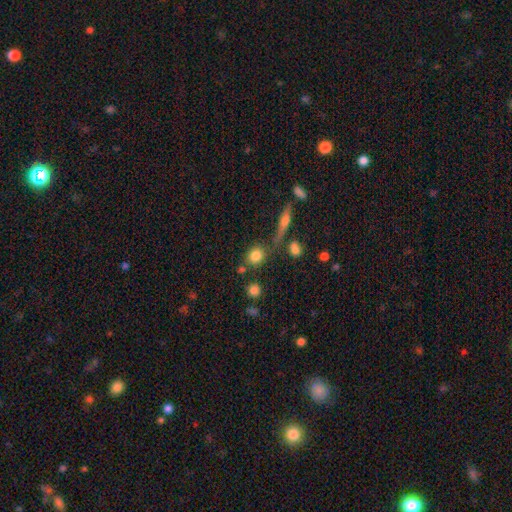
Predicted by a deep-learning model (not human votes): Smooth or featured: smooth — 80% (star or artifact — 10%)
How rounded: round — 72% (in between — 25%)
Merging: none — 69% (merger — 15%)